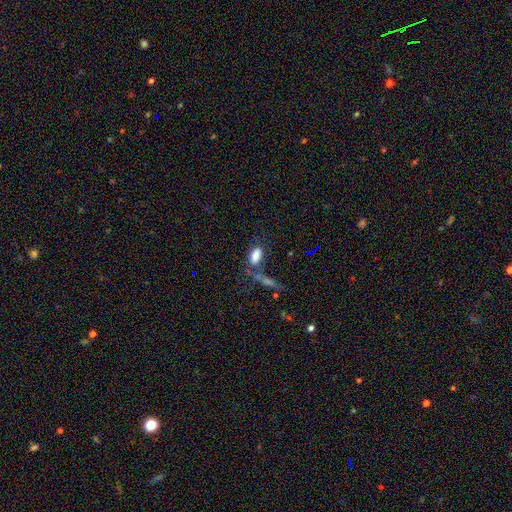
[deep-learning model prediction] smooth-or-featured: smooth: 82% | star or artifact: 10% | featured or disk: 8%
  how-rounded: in between: 89% | cigar-shaped: 6% | round: 5%
  merging: none: 58% | merger: 19% | minor disturbance: 15% | major disturbance: 8%